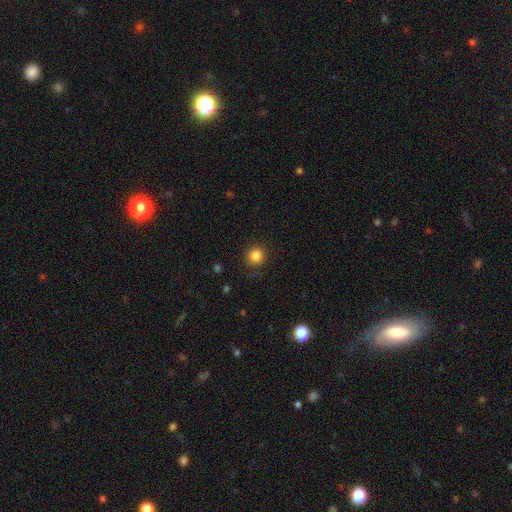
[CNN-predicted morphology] Overall: smooth (84%). How rounded: round (93%). Merging: none (88%).